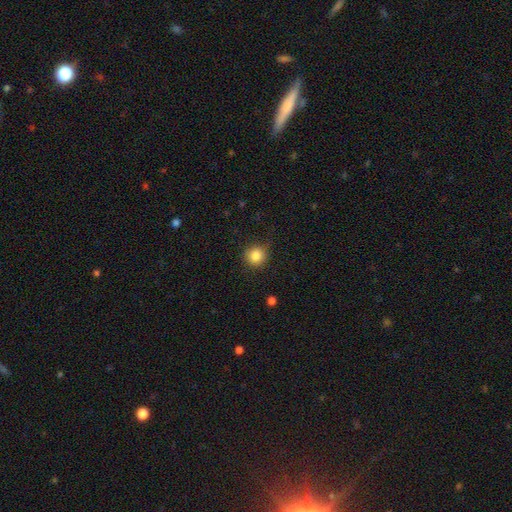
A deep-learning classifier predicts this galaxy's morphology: Smooth or featured: smooth — 85% (star or artifact — 11%)
How rounded: round — 91% (in between — 8%)
Merging: none — 82% (minor disturbance — 14%)